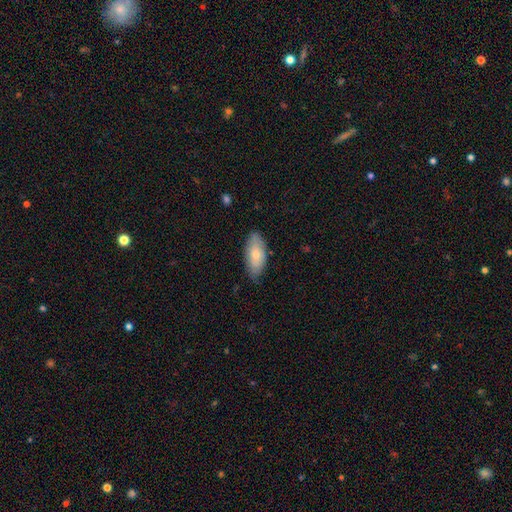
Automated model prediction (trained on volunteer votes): Morphology: type=smooth (69%); roundness=in between (88%); merging=none (78%).